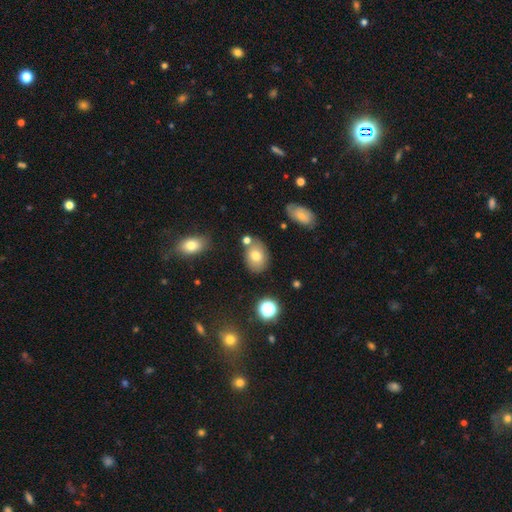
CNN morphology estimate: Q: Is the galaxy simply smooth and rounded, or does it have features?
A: smooth — 74%.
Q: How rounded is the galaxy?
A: in between — 72%.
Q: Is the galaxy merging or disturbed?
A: none — 72%.